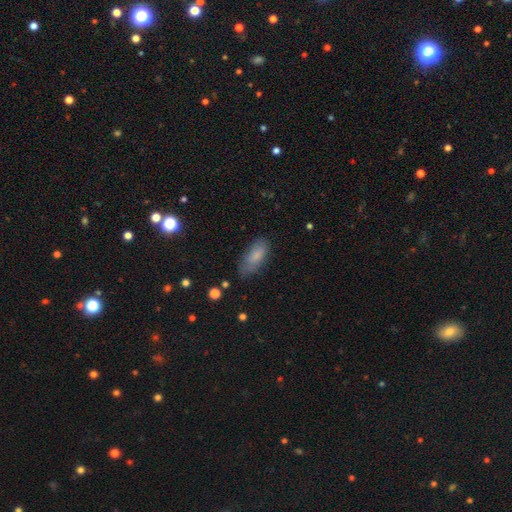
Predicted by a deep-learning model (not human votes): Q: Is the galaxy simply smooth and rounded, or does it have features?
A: smooth — 80%.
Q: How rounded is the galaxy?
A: in between — 80%.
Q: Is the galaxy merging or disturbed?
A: none — 70%.